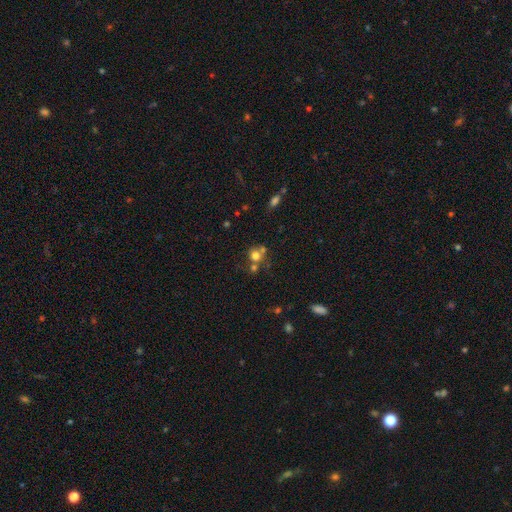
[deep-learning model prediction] This is likely a smooth galaxy (70%). How rounded: clearly round (85%). Merging: possibly none (50%).